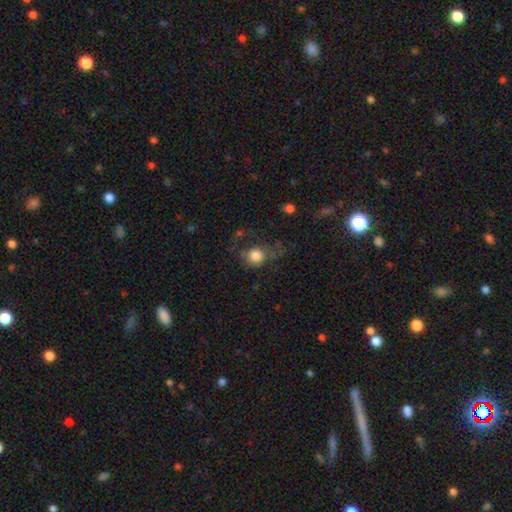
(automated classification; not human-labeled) Morphology: type=smooth (75%); roundness=round (81%); merging=none (45%).